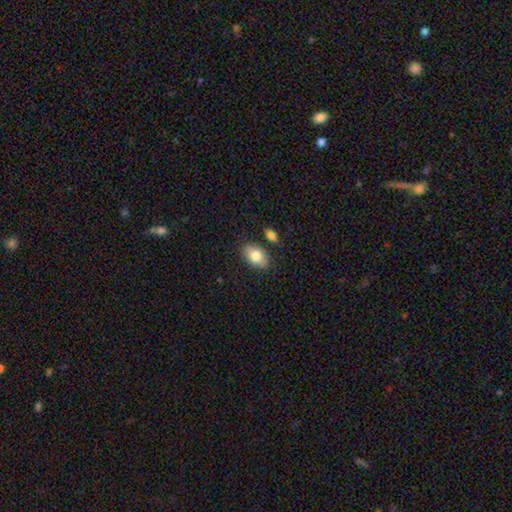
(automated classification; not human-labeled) The model was most divided on "merging": none: 80%, minor disturbance: 12%, merger: 5%, major disturbance: 3%. More confident: how rounded — in between (89%); smooth or featured — smooth (82%).